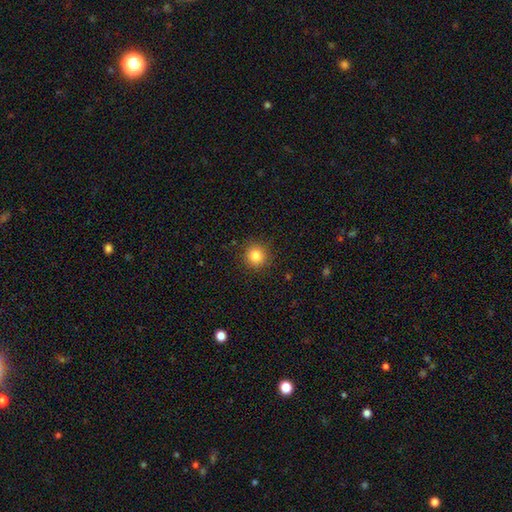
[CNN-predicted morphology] This is clearly a smooth galaxy (83%). How rounded: clearly round (92%). Merging: clearly none (90%).